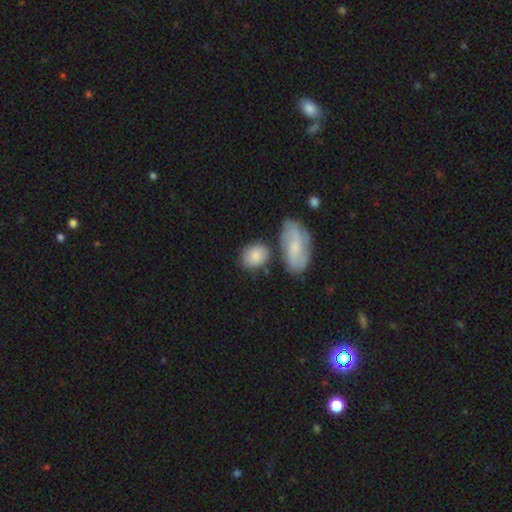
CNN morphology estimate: Q: Smooth or featured?
A: smooth (79%); runner-up: featured or disk (15%)
Q: How rounded?
A: in between (59%); runner-up: round (39%)
Q: Merging?
A: none (61%); runner-up: merger (17%)